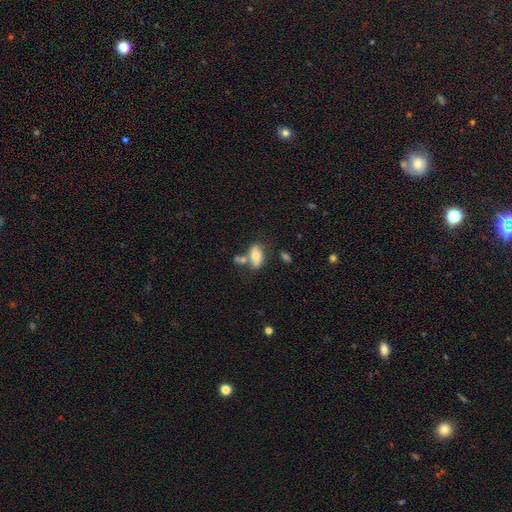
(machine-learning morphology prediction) Q: Smooth or featured?
A: smooth (64%); runner-up: featured or disk (28%)
Q: How rounded?
A: in between (89%); runner-up: round (7%)
Q: Merging?
A: none (49%); runner-up: merger (26%)